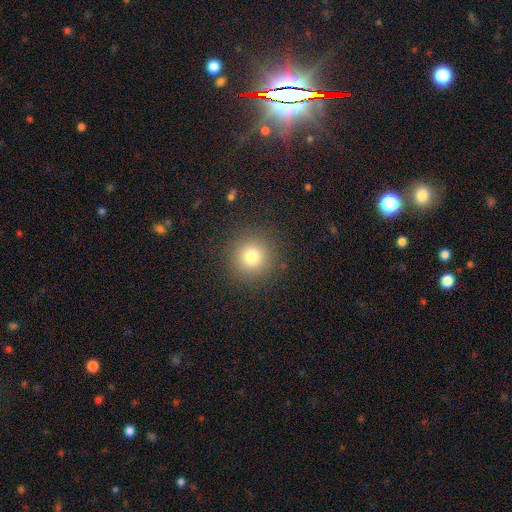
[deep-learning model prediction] Overall: smooth (78%). How rounded: round (95%). Merging: none (91%).